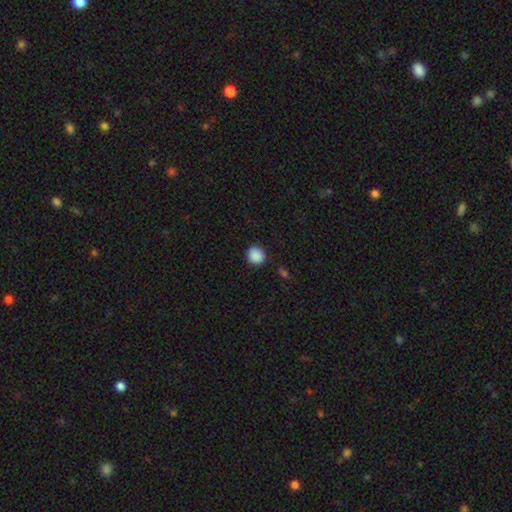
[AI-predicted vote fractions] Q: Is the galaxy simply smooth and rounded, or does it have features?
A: smooth — 88%.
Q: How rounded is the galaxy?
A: round — 89%.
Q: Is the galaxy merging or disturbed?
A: none — 87%.